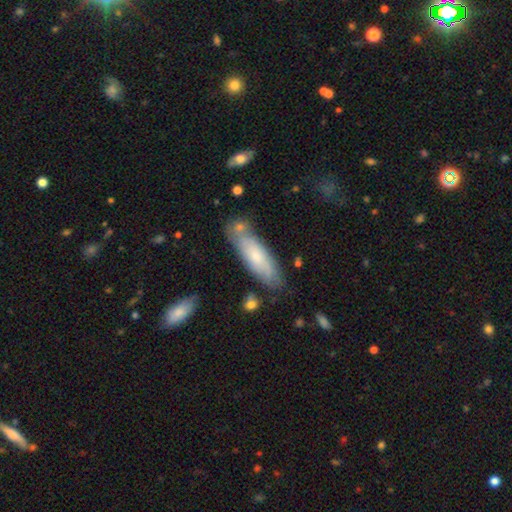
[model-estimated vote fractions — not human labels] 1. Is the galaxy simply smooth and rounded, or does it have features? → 59% smooth, 35% featured or disk, 6% star or artifact.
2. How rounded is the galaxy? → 52% cigar-shaped, 46% in between, 2% round.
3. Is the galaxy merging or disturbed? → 70% none, 18% minor disturbance, 8% merger, 4% major disturbance.